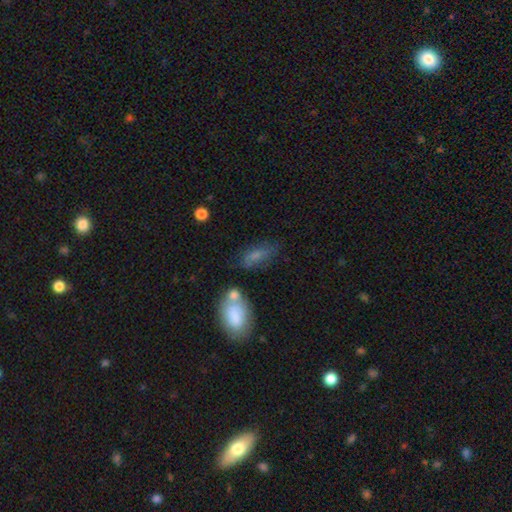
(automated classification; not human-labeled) Q: Smooth or featured?
A: smooth (69%); runner-up: featured or disk (20%)
Q: How rounded?
A: in between (79%); runner-up: cigar-shaped (16%)
Q: Merging?
A: none (53%); runner-up: minor disturbance (23%)